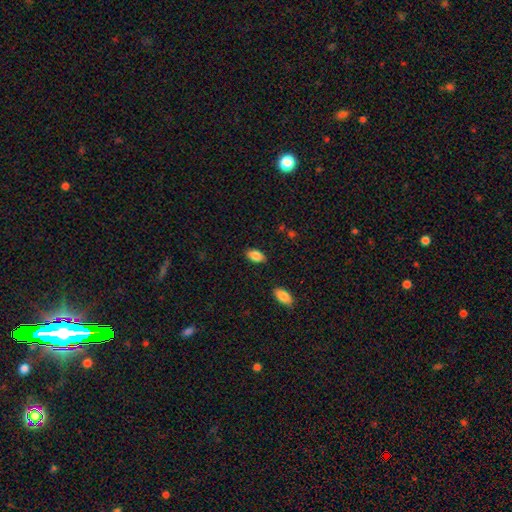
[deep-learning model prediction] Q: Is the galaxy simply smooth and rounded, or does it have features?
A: smooth — 86%.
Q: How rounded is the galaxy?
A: in between — 91%.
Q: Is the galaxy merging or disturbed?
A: none — 86%.